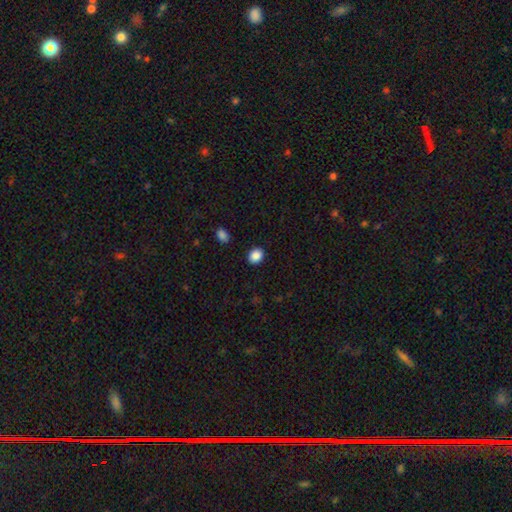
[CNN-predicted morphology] type=smooth (88%); roundness=round (55%); merging=none (90%).